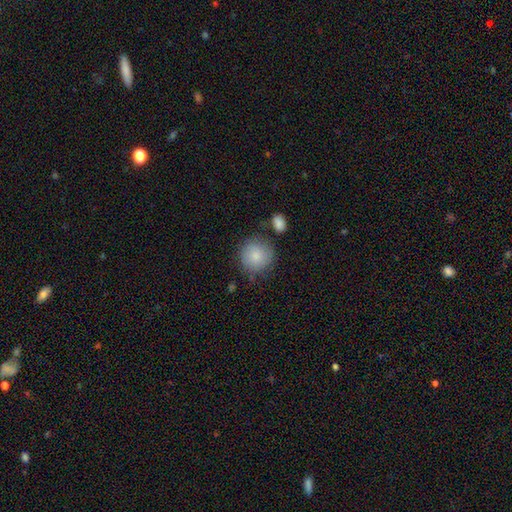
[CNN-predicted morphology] Smooth or featured?
  - smooth: 86% *
  - featured or disk: 8%
  - star or artifact: 7%
How rounded?
  - round: 92% *
  - in between: 7%
  - cigar-shaped: 1%
Merging?
  - none: 74% *
  - minor disturbance: 15%
  - merger: 6%
  - major disturbance: 5%